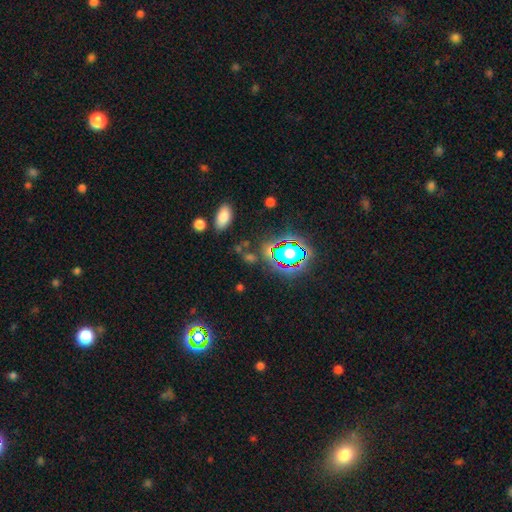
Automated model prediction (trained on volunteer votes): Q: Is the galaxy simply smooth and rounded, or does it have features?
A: star or artifact — 60%.